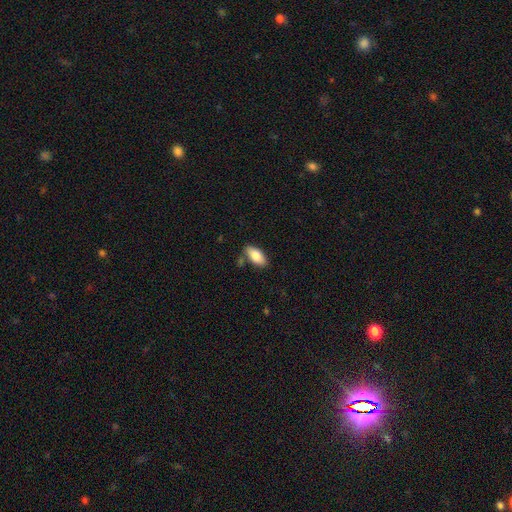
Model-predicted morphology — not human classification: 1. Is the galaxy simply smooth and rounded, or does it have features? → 84% smooth, 10% featured or disk, 6% star or artifact.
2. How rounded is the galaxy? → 90% in between, 7% cigar-shaped, 2% round.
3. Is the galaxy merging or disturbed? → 77% none, 14% minor disturbance, 6% merger, 3% major disturbance.